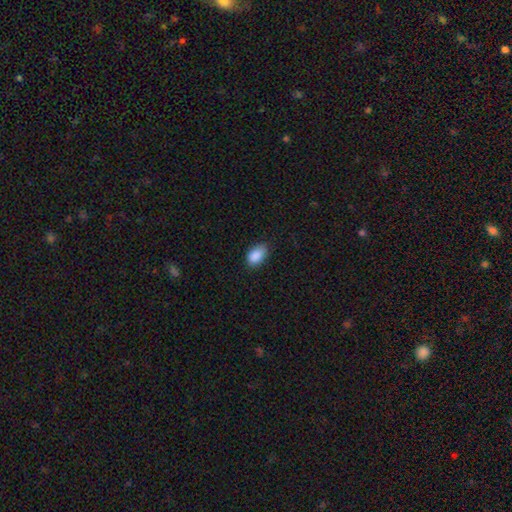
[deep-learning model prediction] The model was most divided on "merging": none: 74%, minor disturbance: 21%, major disturbance: 3%, merger: 1%. More confident: how rounded — in between (90%); smooth or featured — smooth (89%).